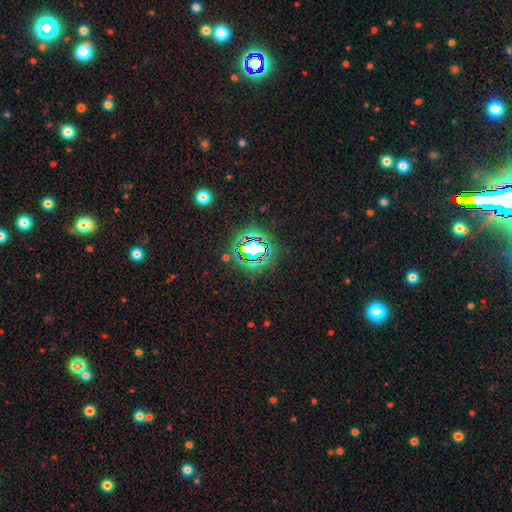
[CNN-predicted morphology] A star or artifact, not a galaxy (79%).